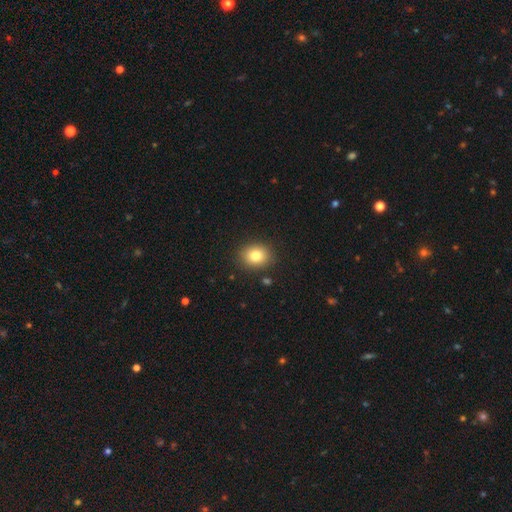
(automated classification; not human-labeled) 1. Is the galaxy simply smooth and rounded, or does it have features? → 81% smooth, 10% star or artifact, 8% featured or disk.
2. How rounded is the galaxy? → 63% round, 36% in between, 1% cigar-shaped.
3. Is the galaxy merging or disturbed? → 88% none, 8% minor disturbance, 2% major disturbance, 2% merger.